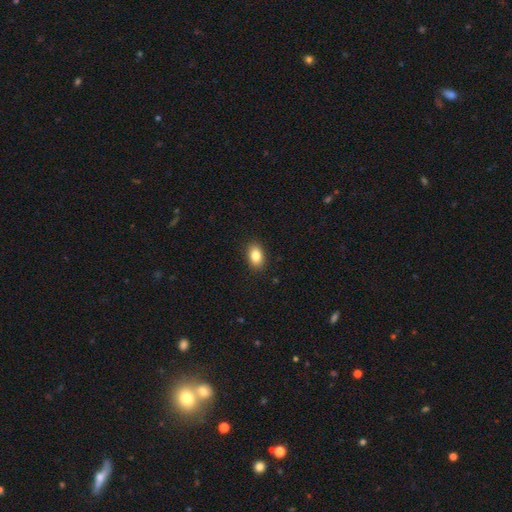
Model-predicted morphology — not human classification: type=smooth (84%); roundness=in between (83%); merging=none (89%).